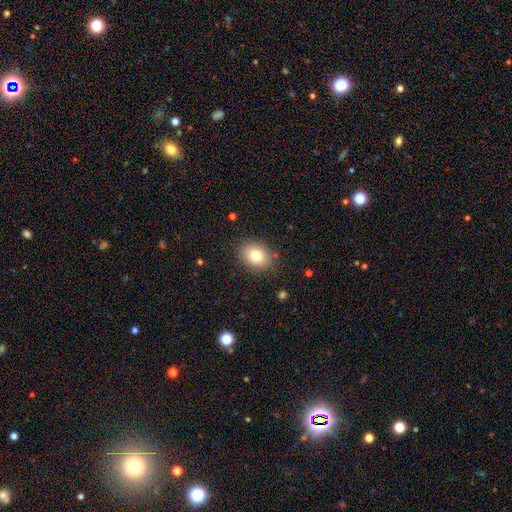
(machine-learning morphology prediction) A smooth galaxy with no disk features (81%) that is in between round and cigar-shaped (67%). Merging: none (86%).